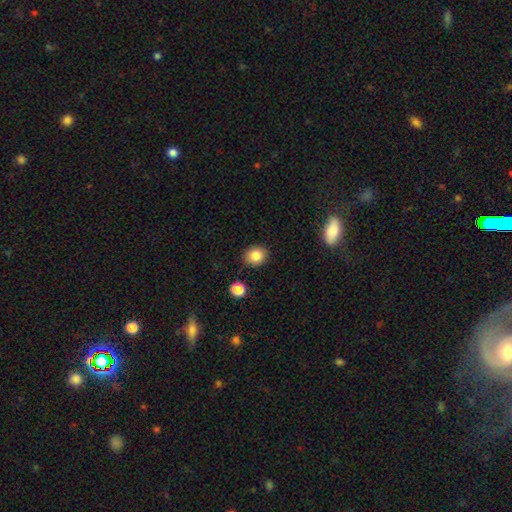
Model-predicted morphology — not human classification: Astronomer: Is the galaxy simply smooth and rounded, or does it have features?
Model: smooth — 85%.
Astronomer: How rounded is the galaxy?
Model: round — 70%.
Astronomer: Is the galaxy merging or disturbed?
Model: none — 85%.